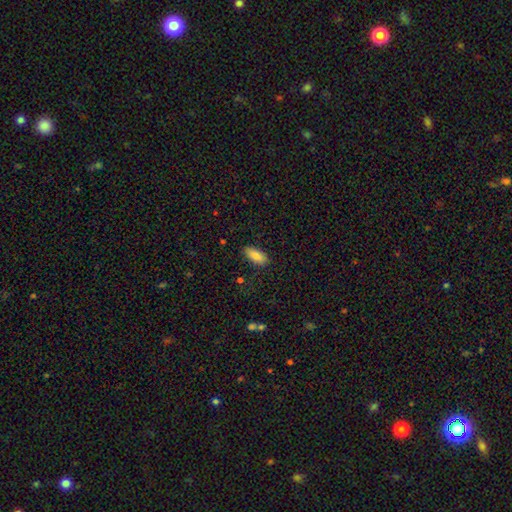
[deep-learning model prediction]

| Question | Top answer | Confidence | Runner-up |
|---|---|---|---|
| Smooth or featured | smooth | 85% | featured or disk (8%) |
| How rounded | in between | 83% | cigar-shaped (15%) |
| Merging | none | 87% | minor disturbance (10%) |